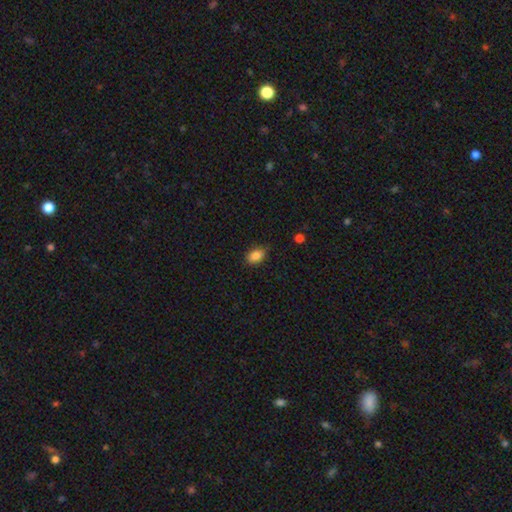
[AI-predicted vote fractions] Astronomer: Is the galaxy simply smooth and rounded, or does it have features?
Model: smooth — 86%.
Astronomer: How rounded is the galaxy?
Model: in between — 81%.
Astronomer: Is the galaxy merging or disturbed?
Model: none — 78%.